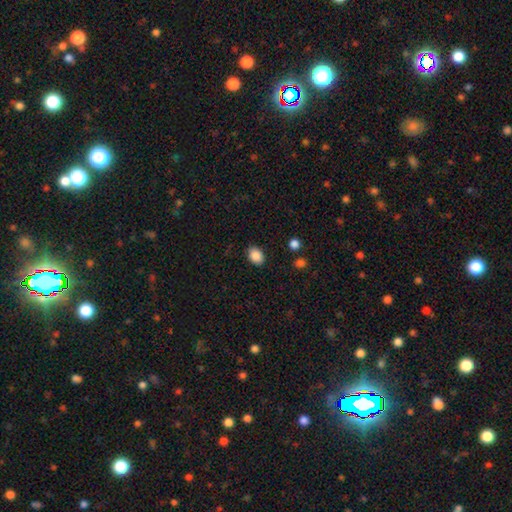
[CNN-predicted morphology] Smooth or featured? Predicted: smooth (p=0.88). How rounded? Predicted: in between (p=0.73). Merging? Predicted: none (p=0.86).